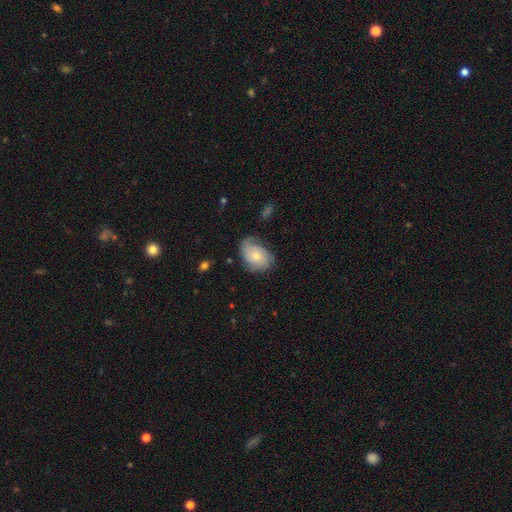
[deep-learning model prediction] smooth_or_featured: featured or disk (p=0.63) [alt: smooth p=0.30]
disk_edge_on: no (p=0.96) [alt: yes p=0.04]
bar: no (p=0.80) [alt: weak p=0.18]
has_spiral_arms: yes (p=0.89) [alt: no p=0.11]
spiral_winding: tight (p=0.50) [alt: medium p=0.34]
spiral_arm_count: can't tell (p=0.36) [alt: 3 p=0.23]
bulge_size: moderate (p=0.50) [alt: small p=0.45]
merging: none (p=0.69) [alt: minor disturbance p=0.22]